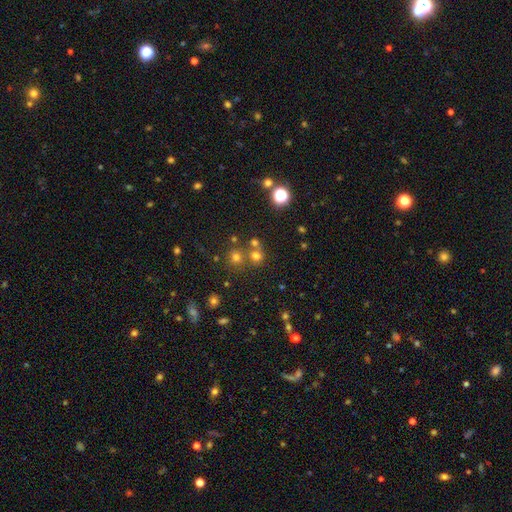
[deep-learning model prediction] This is likely a smooth galaxy (65%). How rounded: clearly round (86%). Merging: likely none (61%).